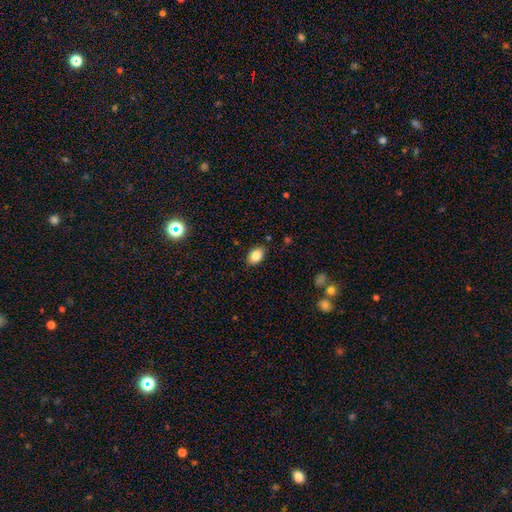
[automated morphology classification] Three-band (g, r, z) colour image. It shows a smooth galaxy with no disk features (84%) that is in between round and cigar-shaped (83%). Merging: none (86%).